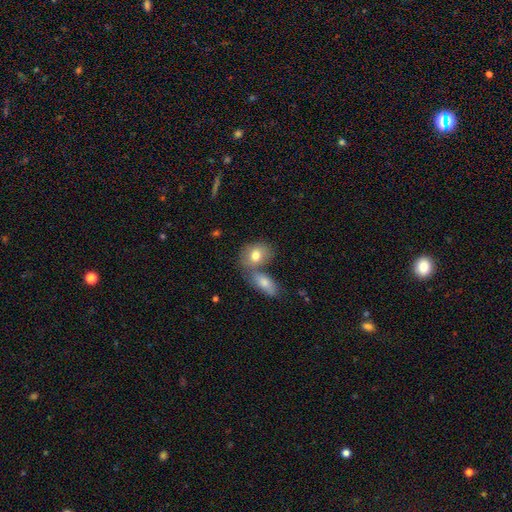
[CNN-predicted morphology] smooth-or-featured: smooth: 77% | featured or disk: 16% | star or artifact: 7%
  how-rounded: in between: 69% | round: 29% | cigar-shaped: 2%
  merging: merger: 46% | none: 40% | minor disturbance: 10% | major disturbance: 4%